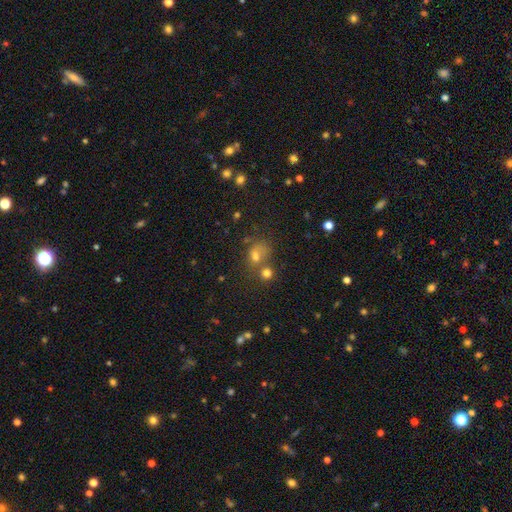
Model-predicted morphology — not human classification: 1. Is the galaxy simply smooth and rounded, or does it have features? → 62% smooth, 25% star or artifact, 13% featured or disk.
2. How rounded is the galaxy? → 63% round, 35% in between, 1% cigar-shaped.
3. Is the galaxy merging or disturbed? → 45% none, 33% merger, 13% minor disturbance, 9% major disturbance.